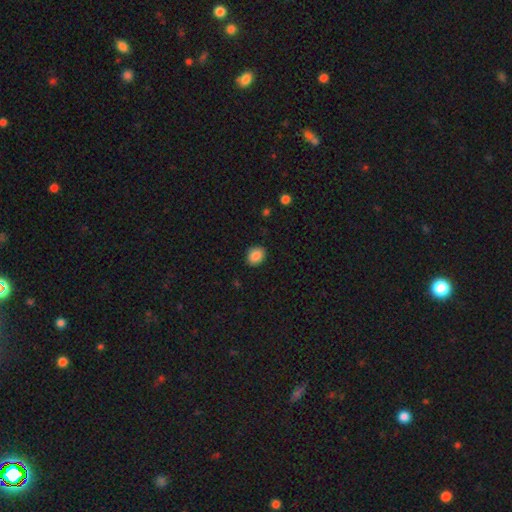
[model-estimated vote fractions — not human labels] Smooth or featured? Predicted: smooth (p=0.88). How rounded? Predicted: round (p=0.51). Merging? Predicted: none (p=0.89).